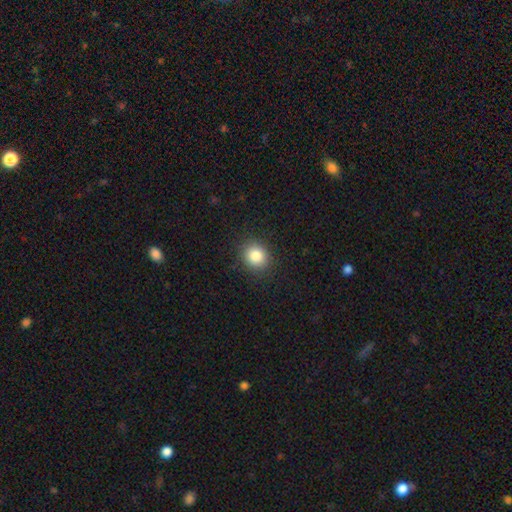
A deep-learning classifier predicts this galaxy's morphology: smooth_or_featured: smooth (p=0.85) [alt: star or artifact p=0.10]
how_rounded: round (p=0.79) [alt: in between p=0.20]
merging: none (p=0.88) [alt: minor disturbance p=0.08]